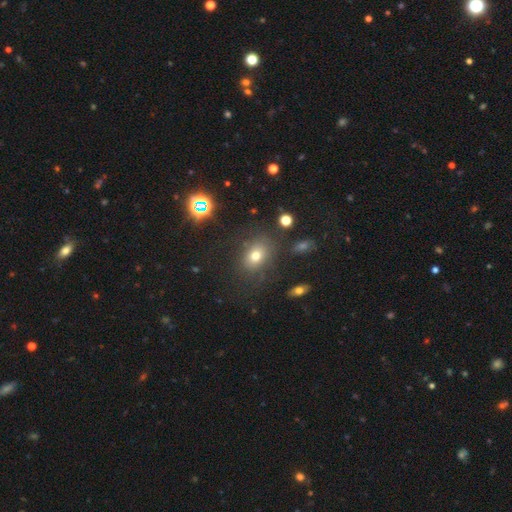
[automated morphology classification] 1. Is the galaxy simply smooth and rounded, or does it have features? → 70% smooth, 16% star or artifact, 14% featured or disk.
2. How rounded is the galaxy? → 65% in between, 34% round, 1% cigar-shaped.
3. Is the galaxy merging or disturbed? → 74% none, 14% minor disturbance, 8% major disturbance, 4% merger.